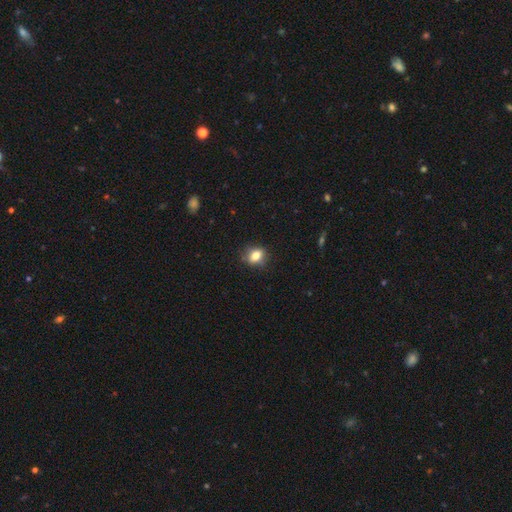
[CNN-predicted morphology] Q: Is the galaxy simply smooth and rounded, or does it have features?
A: smooth — 77%.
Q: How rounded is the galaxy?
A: in between — 60%.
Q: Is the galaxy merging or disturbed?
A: none — 79%.